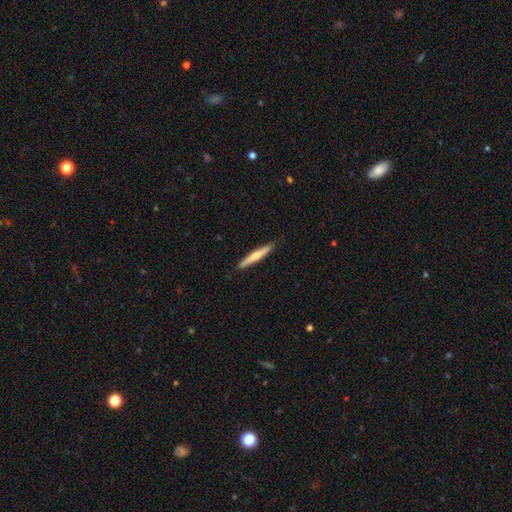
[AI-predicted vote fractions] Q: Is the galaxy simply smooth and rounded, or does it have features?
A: smooth — 55%.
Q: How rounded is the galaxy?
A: cigar-shaped — 95%.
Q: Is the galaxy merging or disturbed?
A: none — 90%.